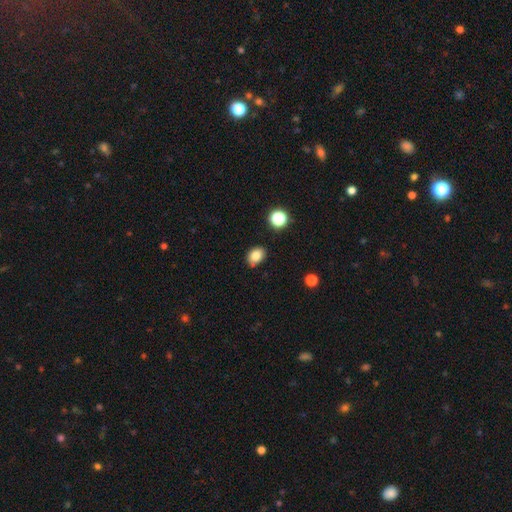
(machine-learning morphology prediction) Smooth or featured: smooth — 82% (star or artifact — 11%)
How rounded: in between — 68% (round — 31%)
Merging: none — 79% (minor disturbance — 16%)